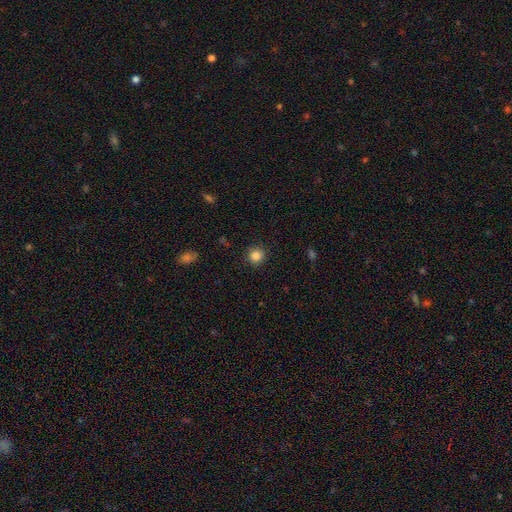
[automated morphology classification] This is clearly a smooth galaxy (85%). How rounded: clearly round (91%). Merging: clearly none (89%).